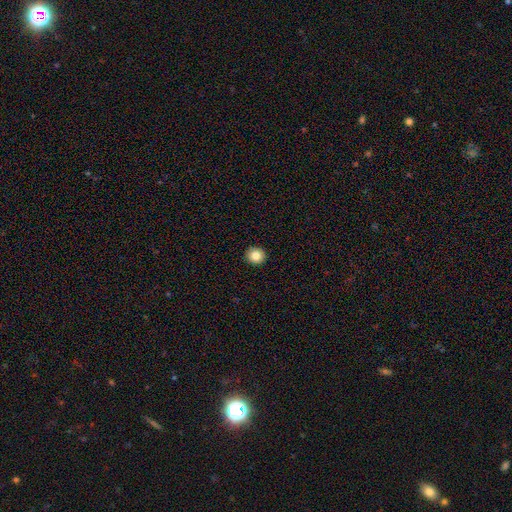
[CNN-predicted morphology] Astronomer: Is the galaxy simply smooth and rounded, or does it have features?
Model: smooth — 83%.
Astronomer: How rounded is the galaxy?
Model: round — 91%.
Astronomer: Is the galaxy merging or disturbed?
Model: none — 93%.